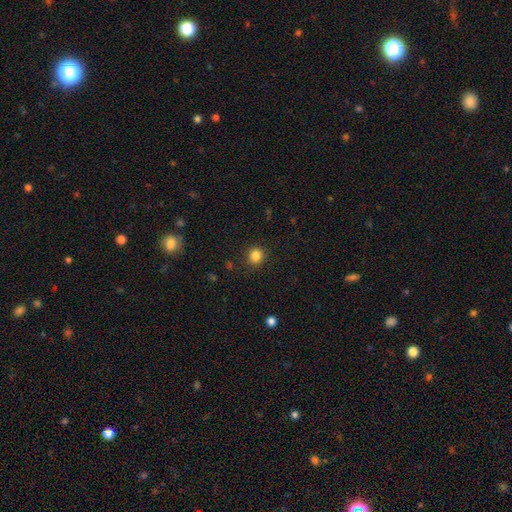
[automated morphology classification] The model was most divided on "smooth or featured": smooth: 84%, star or artifact: 12%, featured or disk: 4%. More confident: how rounded — round (91%); merging — none (90%).